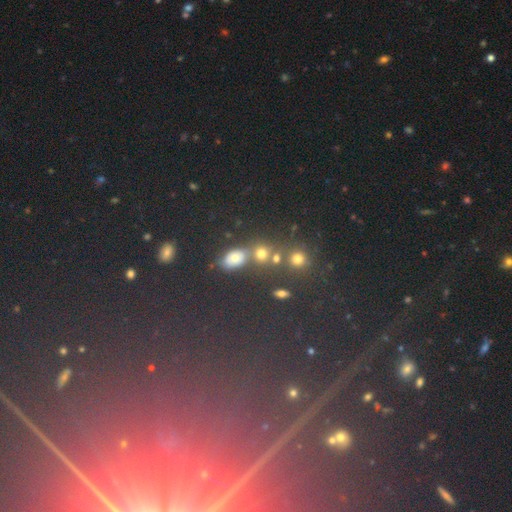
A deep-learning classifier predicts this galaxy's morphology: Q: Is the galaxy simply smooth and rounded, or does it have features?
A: star or artifact — 68%.